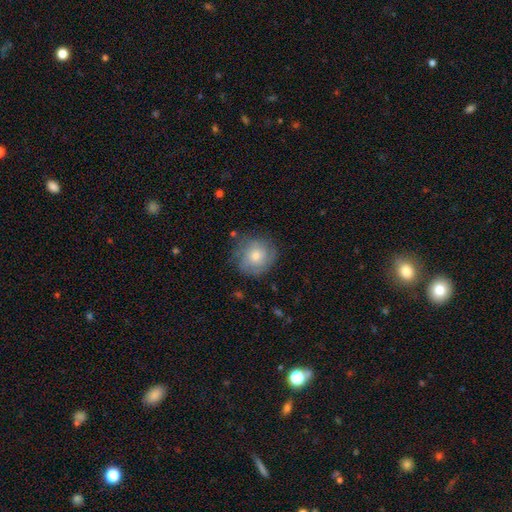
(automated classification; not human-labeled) Smooth or featured? smooth (53%)
How rounded? round (89%)
Merging? none (75%)